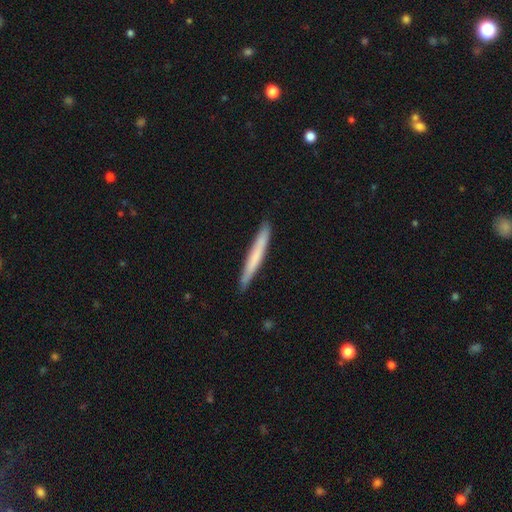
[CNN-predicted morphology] Smooth or featured?
  - smooth: 65% *
  - featured or disk: 30%
  - star or artifact: 5%
How rounded?
  - cigar-shaped: 97% *
  - in between: 2%
  - round: 1%
Merging?
  - none: 89% *
  - minor disturbance: 8%
  - major disturbance: 1%
  - merger: 1%